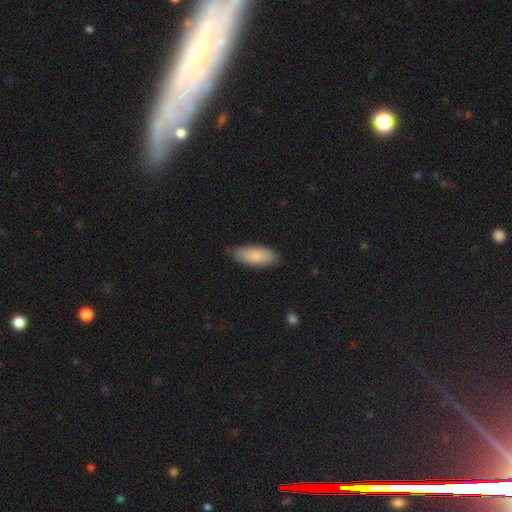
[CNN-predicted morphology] Smooth or featured: smooth — 85% (featured or disk — 9%)
How rounded: in between — 77% (cigar-shaped — 21%)
Merging: none — 77% (minor disturbance — 19%)